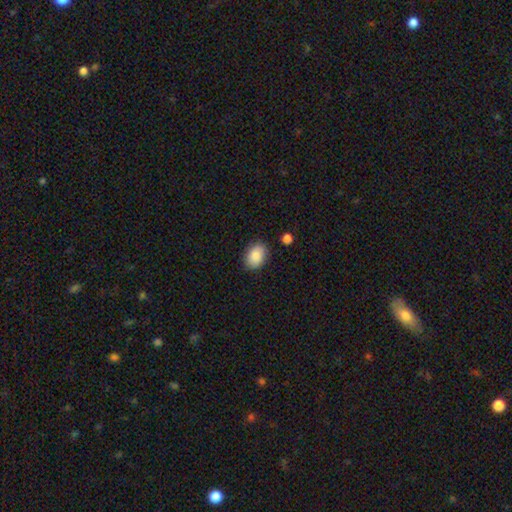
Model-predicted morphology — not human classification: Overall: smooth (87%). How rounded: in between (77%). Merging: none (83%).